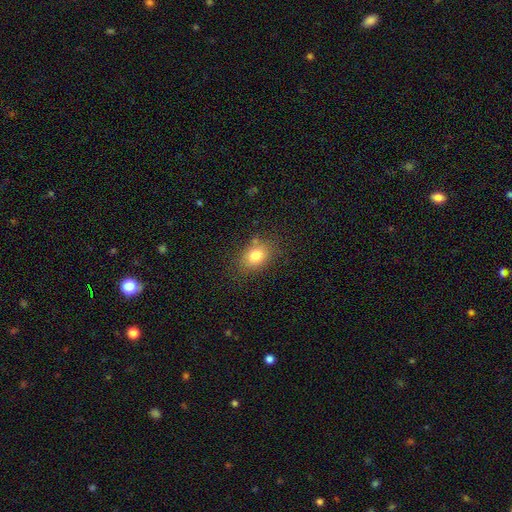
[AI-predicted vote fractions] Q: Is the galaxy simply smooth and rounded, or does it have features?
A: smooth — 80%.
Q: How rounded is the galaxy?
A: in between — 66%.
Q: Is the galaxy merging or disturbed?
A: none — 77%.